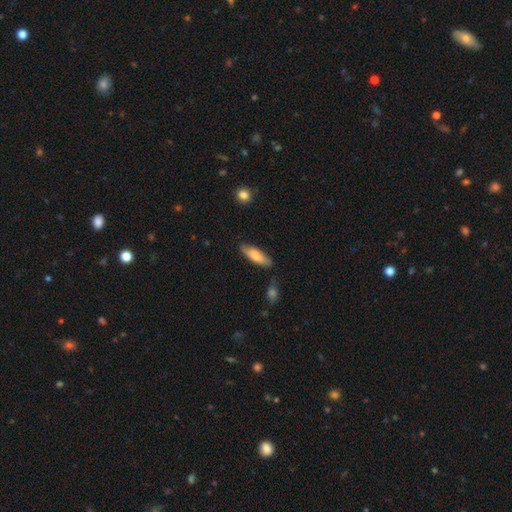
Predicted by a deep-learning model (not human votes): The model was most divided on "how rounded": in between: 53%, cigar-shaped: 45%, round: 2%. More confident: merging — none (79%); smooth or featured — smooth (75%).